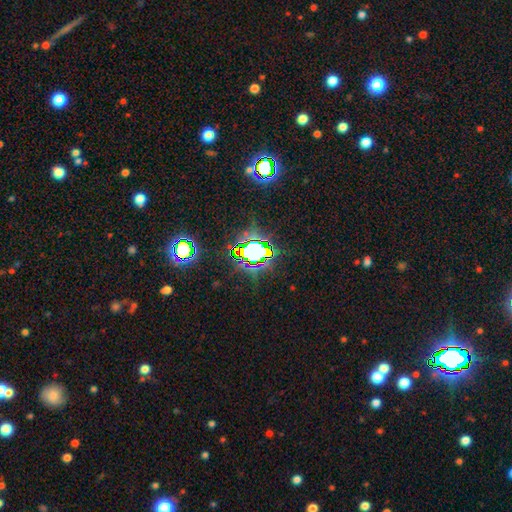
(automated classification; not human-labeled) A star or artifact, not a galaxy (72%).